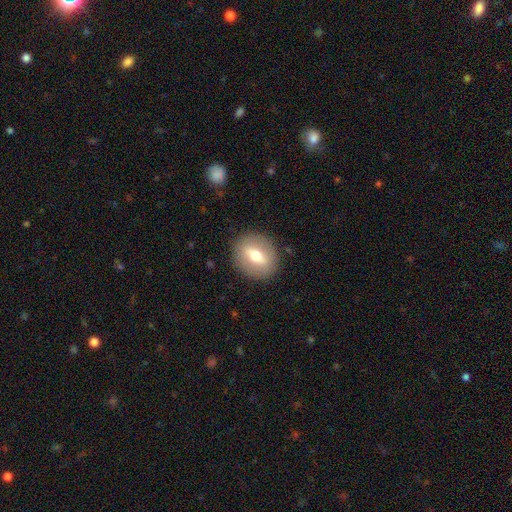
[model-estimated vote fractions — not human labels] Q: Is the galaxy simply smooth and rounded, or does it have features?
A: smooth — 53%.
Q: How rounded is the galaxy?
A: round — 62%.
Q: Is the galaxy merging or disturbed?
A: none — 88%.